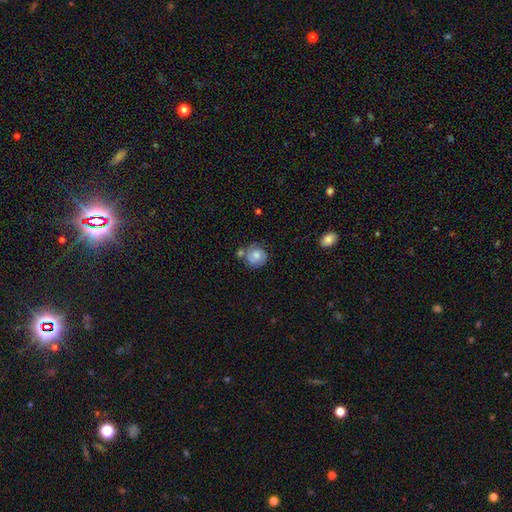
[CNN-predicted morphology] featured or disk 50%, smooth 42%, star or artifact 8%. Down the decision tree: merging — none (63%).